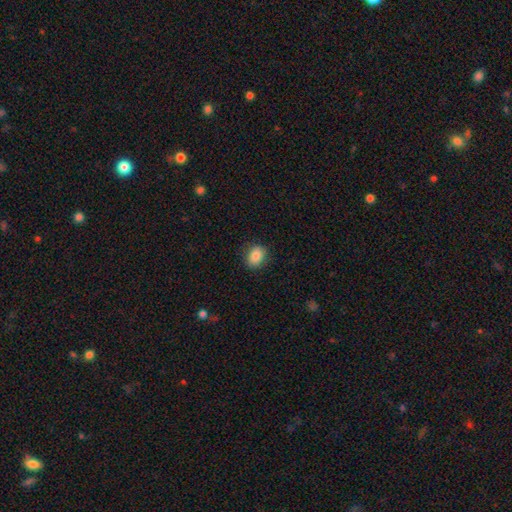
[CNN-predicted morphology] This is clearly a smooth galaxy (85%). How rounded: likely in between (61%). Merging: clearly none (83%).